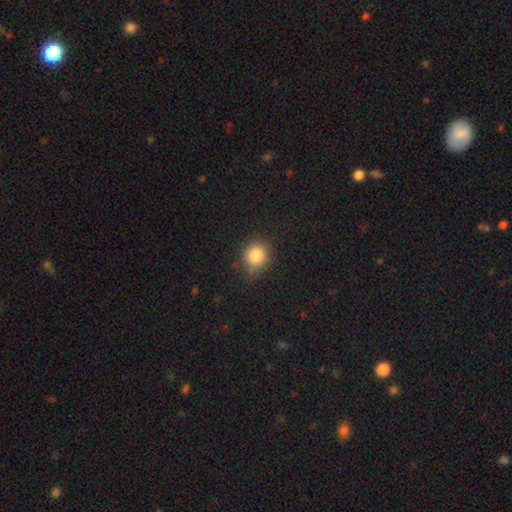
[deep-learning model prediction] Q: Smooth or featured?
A: smooth (83%); runner-up: star or artifact (11%)
Q: How rounded?
A: round (81%); runner-up: in between (18%)
Q: Merging?
A: none (73%); runner-up: minor disturbance (21%)